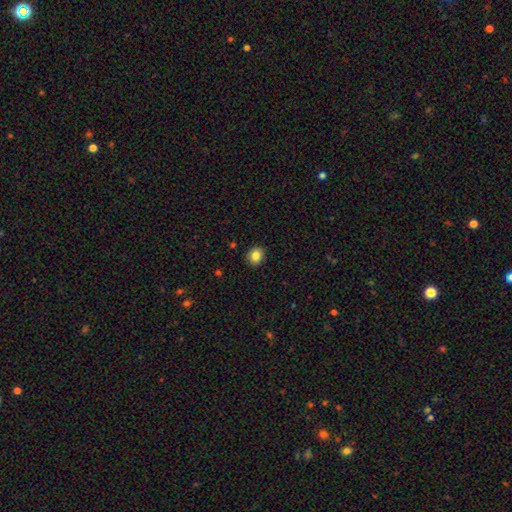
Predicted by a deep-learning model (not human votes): smooth 84%, star or artifact 10%, featured or disk 6%. Down the decision tree: how rounded — round (70%); merging — none (90%).